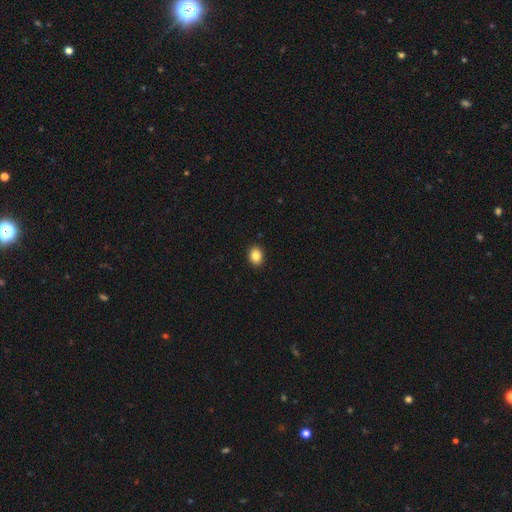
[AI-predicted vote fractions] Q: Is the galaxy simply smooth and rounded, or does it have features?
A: smooth — 87%.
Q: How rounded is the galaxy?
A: in between — 60%.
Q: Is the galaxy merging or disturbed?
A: none — 92%.